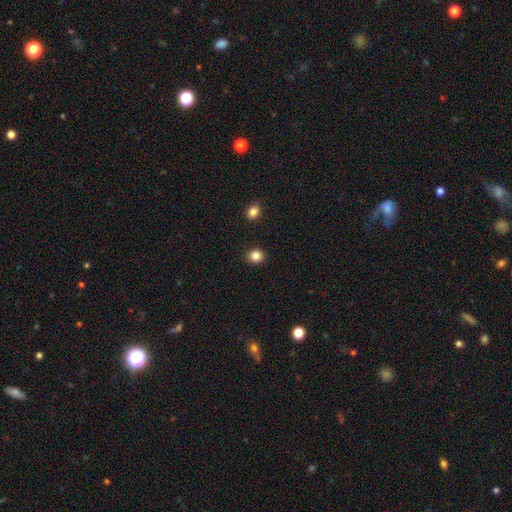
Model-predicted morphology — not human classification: Overall: smooth (85%). How rounded: round (71%). Merging: none (90%).